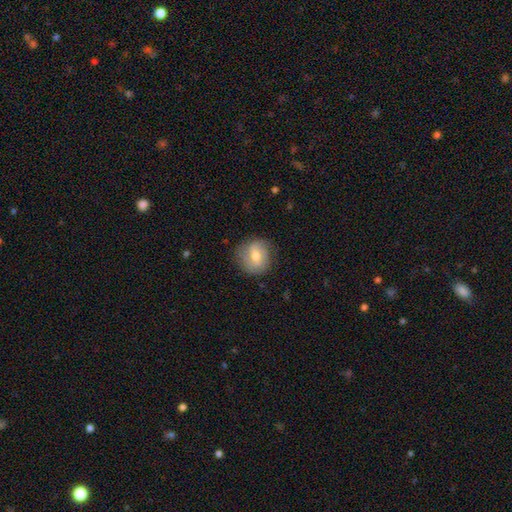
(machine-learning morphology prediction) Overall: smooth (56%; featured or disk 36%). How rounded: round (80%). Merging: none (78%).